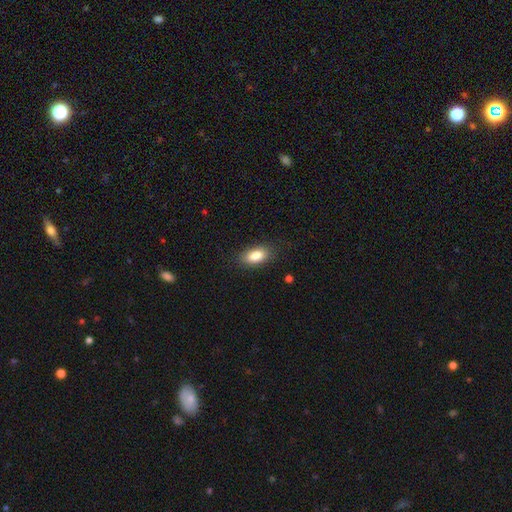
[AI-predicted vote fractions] This appears to be a smooth galaxy with no disk features (86%) that is in between round and cigar-shaped (89%). Merging: none (84%).